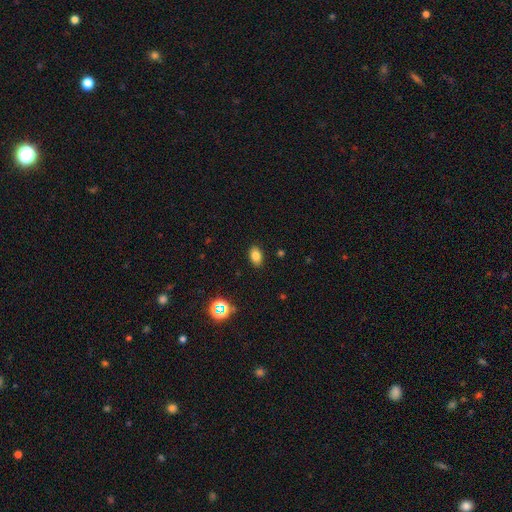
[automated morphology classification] Q: Smooth or featured?
A: smooth (81%); runner-up: star or artifact (12%)
Q: How rounded?
A: in between (87%); runner-up: round (12%)
Q: Merging?
A: none (88%); runner-up: minor disturbance (8%)